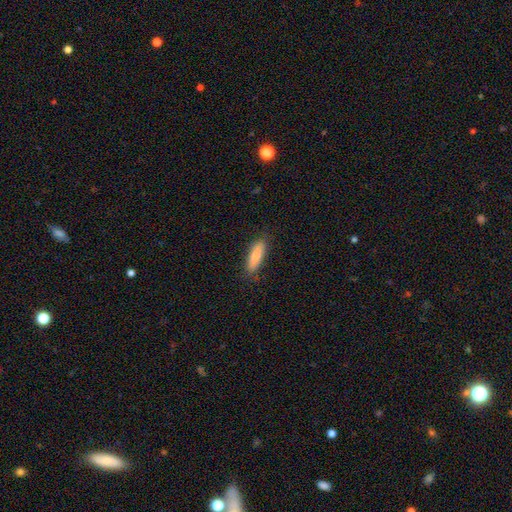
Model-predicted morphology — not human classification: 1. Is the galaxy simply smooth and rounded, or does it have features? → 85% smooth, 9% featured or disk, 6% star or artifact.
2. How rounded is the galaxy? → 52% cigar-shaped, 47% in between, 2% round.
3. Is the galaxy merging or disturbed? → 85% none, 11% minor disturbance, 2% major disturbance, 1% merger.